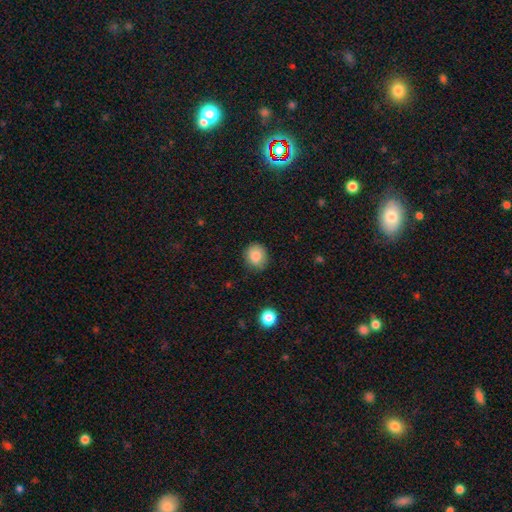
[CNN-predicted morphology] Smooth or featured: smooth — 85% (star or artifact — 9%)
How rounded: round — 77% (in between — 23%)
Merging: none — 82% (minor disturbance — 14%)